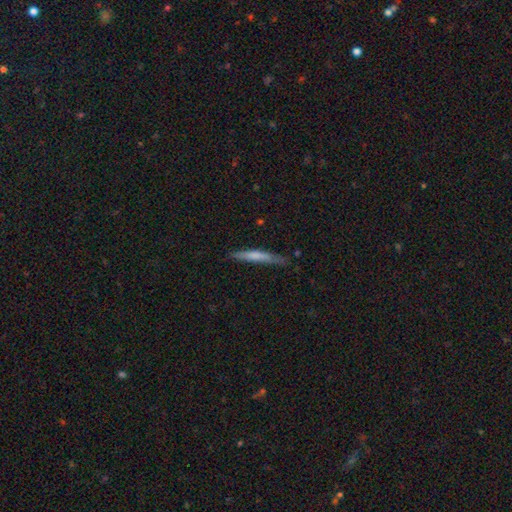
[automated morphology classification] Q: Smooth or featured?
A: smooth (62%); runner-up: featured or disk (32%)
Q: How rounded?
A: cigar-shaped (94%); runner-up: in between (4%)
Q: Merging?
A: none (77%); runner-up: minor disturbance (18%)